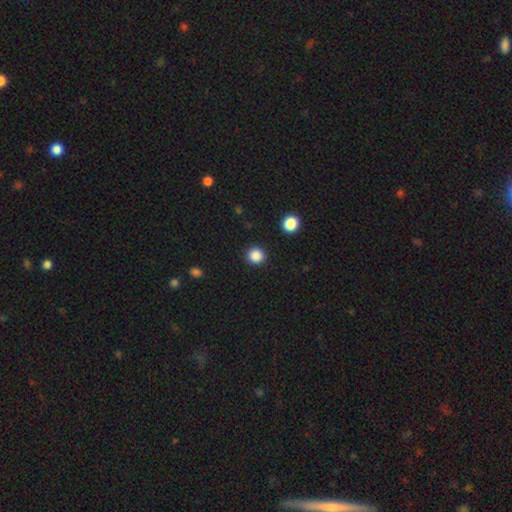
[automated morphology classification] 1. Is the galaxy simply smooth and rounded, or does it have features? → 86% smooth, 11% star or artifact, 3% featured or disk.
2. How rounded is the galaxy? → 93% round, 6% in between, 1% cigar-shaped.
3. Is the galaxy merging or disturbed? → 91% none, 5% minor disturbance, 2% major disturbance, 1% merger.